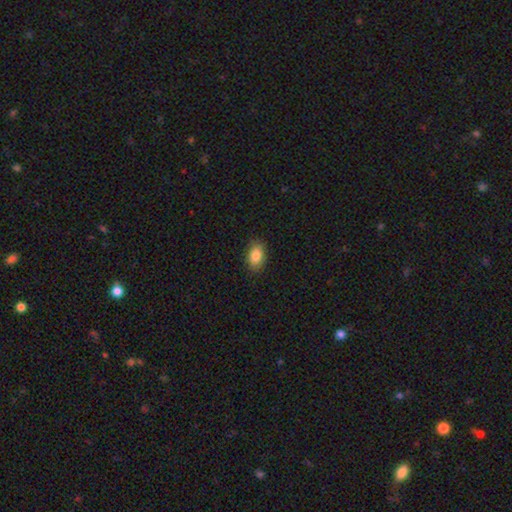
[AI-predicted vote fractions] This appears to be a smooth galaxy with no disk features (86%) that is in between round and cigar-shaped (89%). Merging: none (86%).